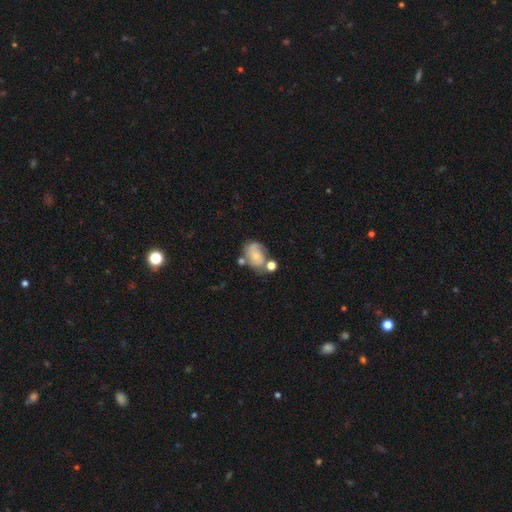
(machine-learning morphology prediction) Smooth or featured?
  - smooth: 46% *
  - featured or disk: 45%
  - star or artifact: 9%
Merging?
  - none: 41% *
  - merger: 24%
  - minor disturbance: 24%
  - major disturbance: 12%